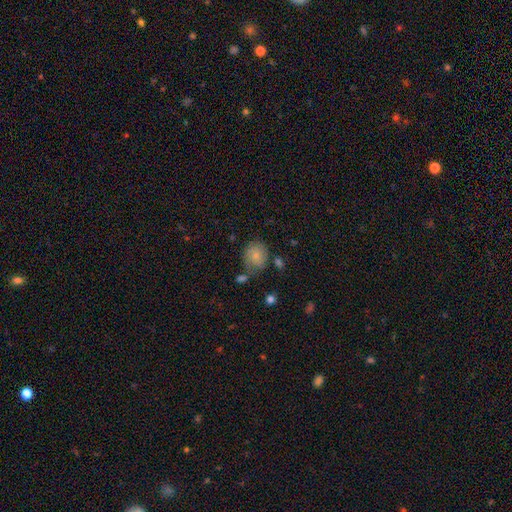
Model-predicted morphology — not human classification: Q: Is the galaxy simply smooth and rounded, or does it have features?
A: smooth — 66%.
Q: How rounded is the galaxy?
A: round — 68%.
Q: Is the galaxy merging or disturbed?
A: none — 61%.